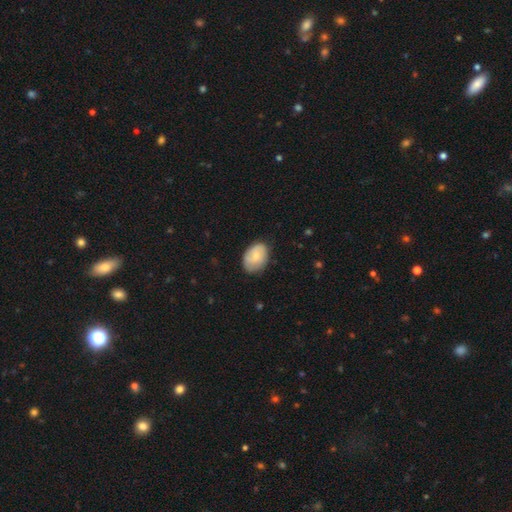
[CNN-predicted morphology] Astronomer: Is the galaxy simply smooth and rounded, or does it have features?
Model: smooth — 66%.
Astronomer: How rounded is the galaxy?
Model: in between — 81%.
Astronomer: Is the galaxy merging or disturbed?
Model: none — 72%.